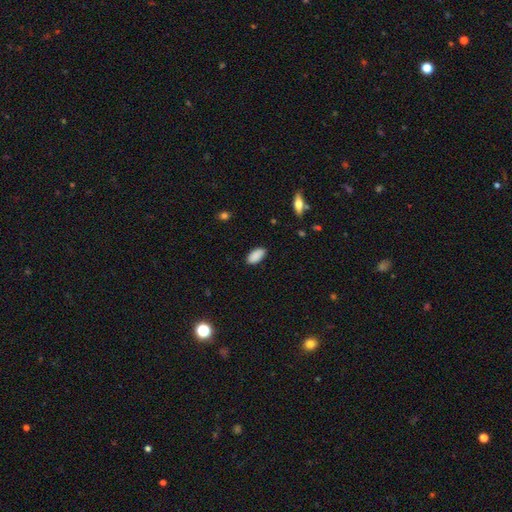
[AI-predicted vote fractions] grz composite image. It shows a smooth galaxy with no disk features (89%) that is in between round and cigar-shaped (93%). Merging: none (86%).